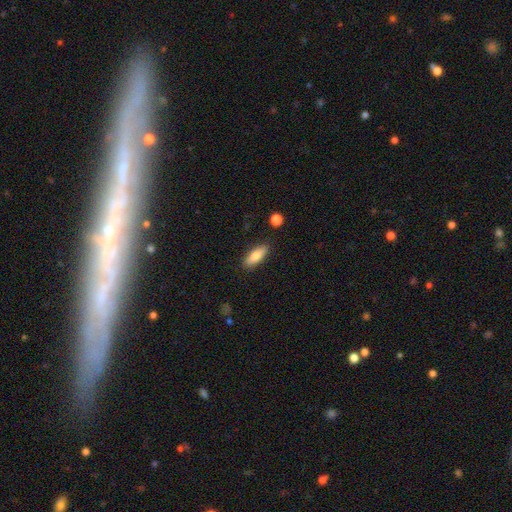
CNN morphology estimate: The model was most divided on "how rounded": in between: 60%, cigar-shaped: 37%, round: 2%. More confident: merging — none (86%); smooth or featured — smooth (75%).